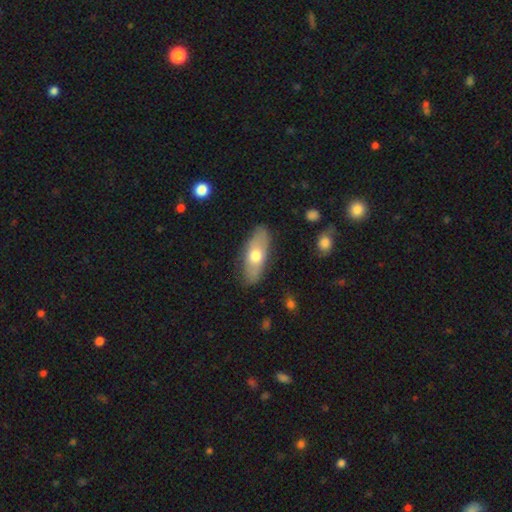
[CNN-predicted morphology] A smooth galaxy with no disk features (59%) that is in between round and cigar-shaped (76%).

Vote fractions:
- Smooth or featured? smooth: 59% / featured or disk: 35% / star or artifact: 6%
- How rounded? in between: 76% / cigar-shaped: 20% / round: 4%
- Merging? none: 83% / minor disturbance: 12% / major disturbance: 3% / merger: 1%